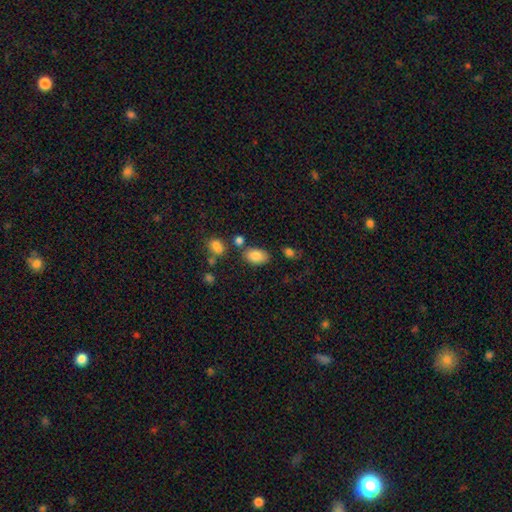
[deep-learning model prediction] This appears to be a smooth galaxy with no disk features (84%) that is in between round and cigar-shaped (88%). Merging: none (75%).